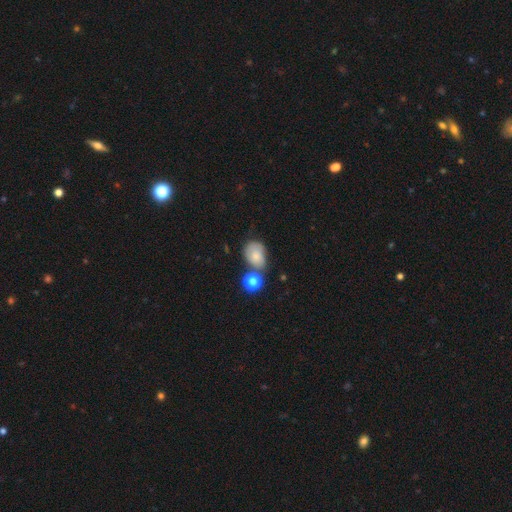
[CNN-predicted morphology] A smooth galaxy with no disk features (73%) that is in between round and cigar-shaped (63%). Merging: none (45%).